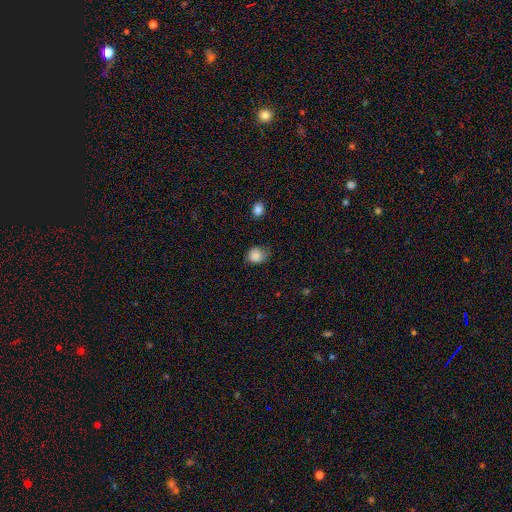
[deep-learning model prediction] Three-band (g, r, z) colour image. It shows a smooth galaxy with no disk features (84%) that is round (70%). Merging: none (57%).